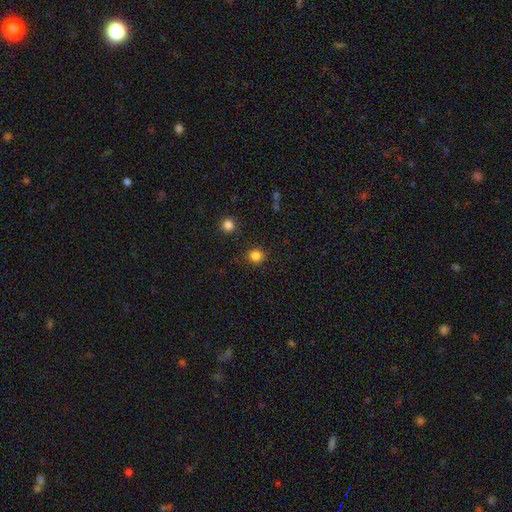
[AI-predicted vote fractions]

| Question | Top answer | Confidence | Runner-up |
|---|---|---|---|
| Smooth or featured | smooth | 83% | star or artifact (13%) |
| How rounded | round | 89% | in between (10%) |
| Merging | none | 90% | minor disturbance (6%) |